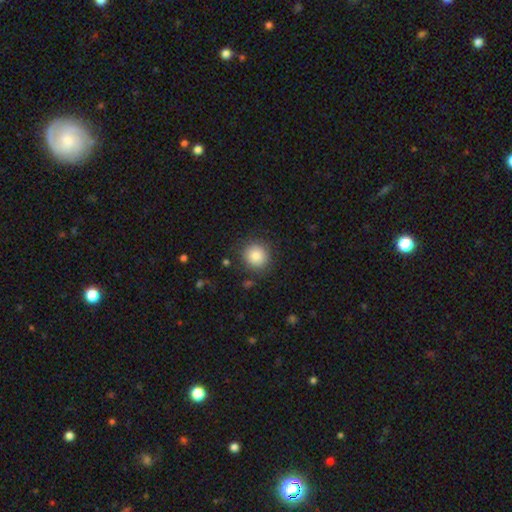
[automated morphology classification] Smooth or featured? smooth (85%)
How rounded? round (92%)
Merging? none (88%)